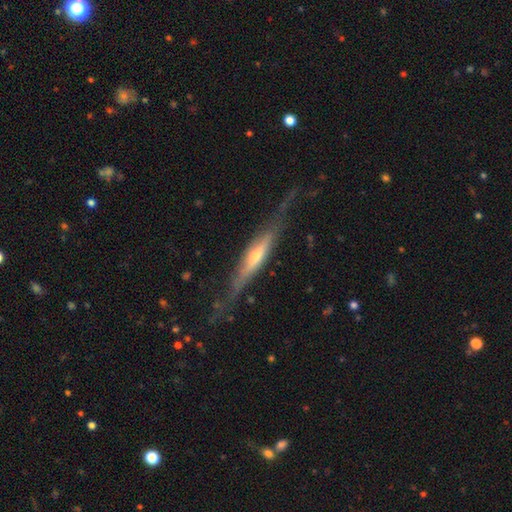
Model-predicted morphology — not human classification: This appears to be a featured or disk galaxy (76%) viewed edge-on (90%) with a rounded central bulge (70%). Merging: none (68%).